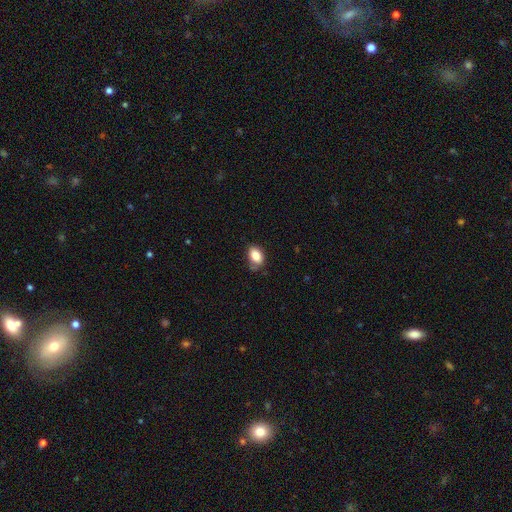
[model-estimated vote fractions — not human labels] Smooth or featured?
  - smooth: 85% *
  - star or artifact: 8%
  - featured or disk: 7%
How rounded?
  - in between: 87% *
  - round: 12%
  - cigar-shaped: 1%
Merging?
  - none: 67% *
  - minor disturbance: 25%
  - major disturbance: 5%
  - merger: 2%